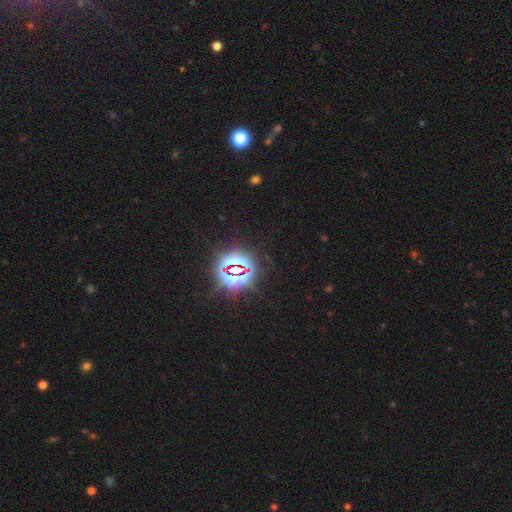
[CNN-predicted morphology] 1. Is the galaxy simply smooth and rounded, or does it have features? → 85% star or artifact, 10% smooth, 6% featured or disk.